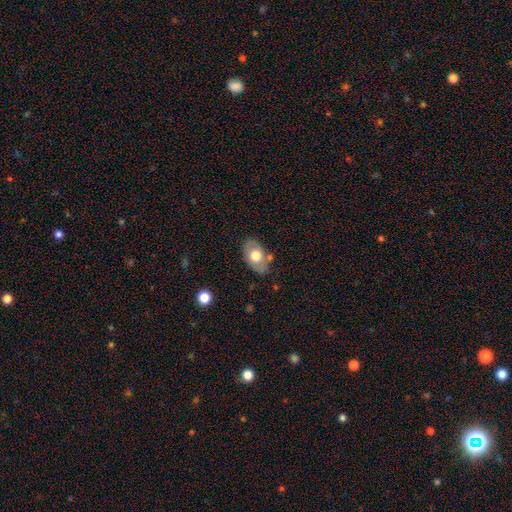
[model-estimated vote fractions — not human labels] This appears to be a smooth galaxy with no disk features (63%) that is in between round and cigar-shaped (86%). Merging: none (76%).